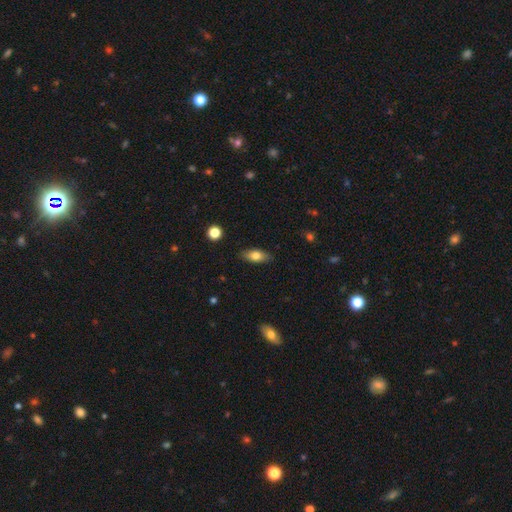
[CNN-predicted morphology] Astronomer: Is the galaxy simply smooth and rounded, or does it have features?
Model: smooth — 75%.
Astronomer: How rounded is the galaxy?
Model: in between — 81%.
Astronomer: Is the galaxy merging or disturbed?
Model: none — 87%.